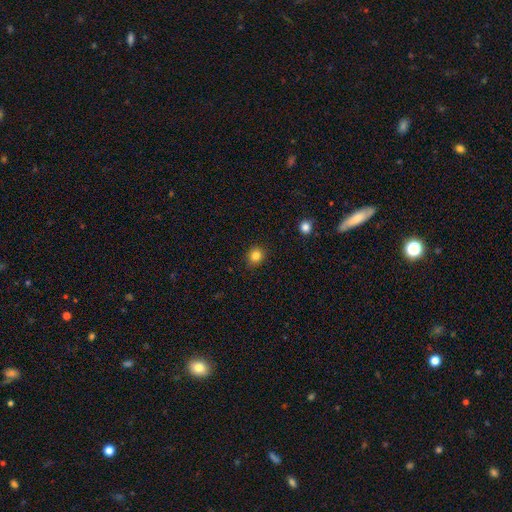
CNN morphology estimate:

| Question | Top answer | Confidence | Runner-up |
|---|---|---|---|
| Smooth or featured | smooth | 83% | star or artifact (12%) |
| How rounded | round | 81% | in between (18%) |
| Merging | none | 88% | minor disturbance (9%) |